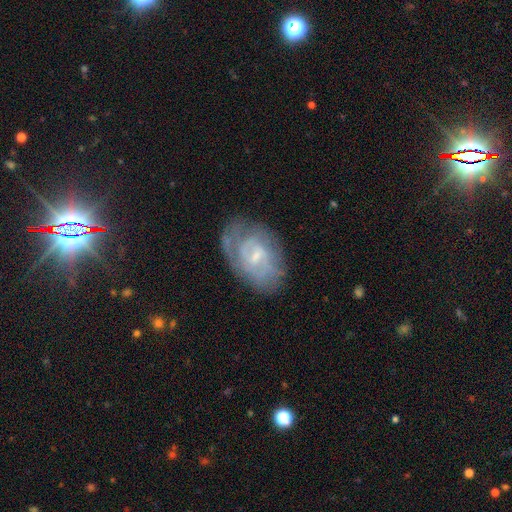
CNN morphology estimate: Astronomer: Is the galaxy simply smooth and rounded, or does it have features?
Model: featured or disk — 71%.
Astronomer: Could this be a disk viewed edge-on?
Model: no — 96%.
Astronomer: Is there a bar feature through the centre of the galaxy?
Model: weak — 55% (runner-up: no, 34%).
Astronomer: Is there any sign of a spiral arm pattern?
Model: yes — 80%.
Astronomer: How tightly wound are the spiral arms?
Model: tight — 53% (runner-up: medium, 34%).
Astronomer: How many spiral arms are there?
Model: can't tell — 46% (runner-up: 2, 30%).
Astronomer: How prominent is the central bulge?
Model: small — 59%.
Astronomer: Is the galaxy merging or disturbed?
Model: none — 61%.